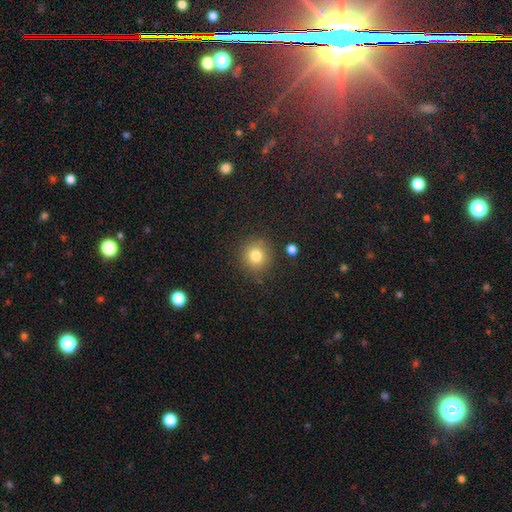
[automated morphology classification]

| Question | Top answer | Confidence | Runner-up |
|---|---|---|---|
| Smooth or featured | smooth | 80% | star or artifact (12%) |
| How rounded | round | 90% | in between (9%) |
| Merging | none | 84% | minor disturbance (9%) |